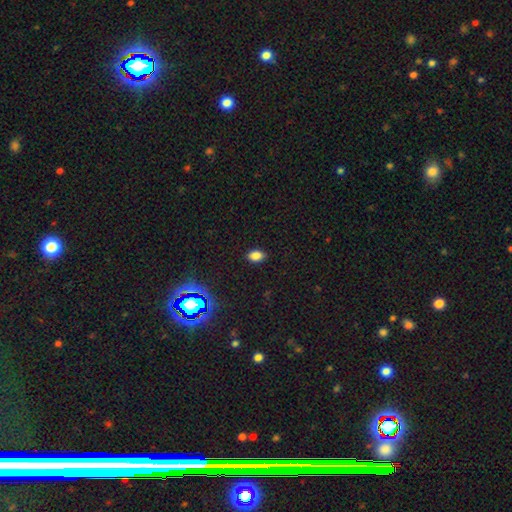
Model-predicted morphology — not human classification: Smooth or featured? Predicted: smooth (p=0.81). How rounded? Predicted: in between (p=0.84). Merging? Predicted: none (p=0.88).